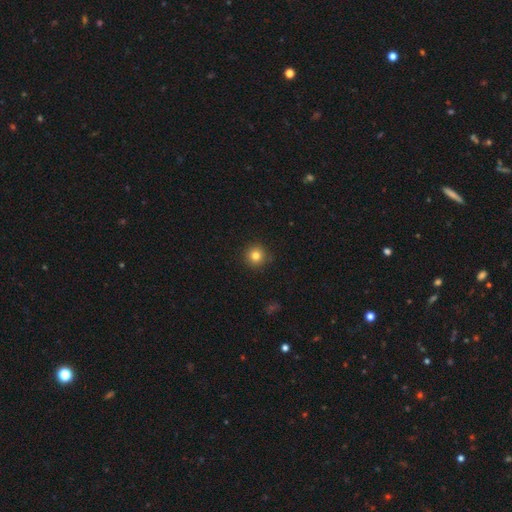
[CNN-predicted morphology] smooth-or-featured: smooth: 81% | star or artifact: 12% | featured or disk: 6%
  how-rounded: round: 95% | in between: 4% | cigar-shaped: 1%
  merging: none: 91% | minor disturbance: 6% | major disturbance: 2% | merger: 1%